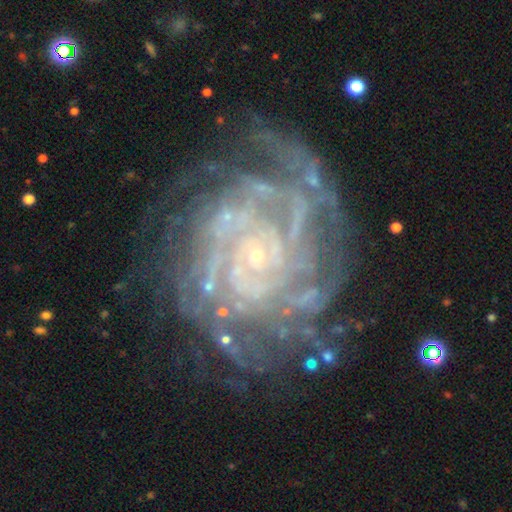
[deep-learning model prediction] This is clearly a featured or disk galaxy (89%). It is clearly not viewed edge-on (98%). Bar: likely no (75%). Spiral arm pattern: clearly yes (97%). Spiral arm count: marginally can't tell (25%). Spiral winding: likely tight (76%). Central bulge: clearly small (87%). Merging: likely none (69%).